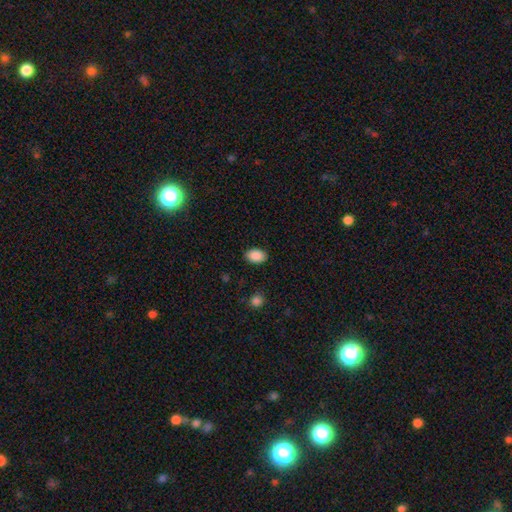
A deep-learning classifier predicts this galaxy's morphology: smooth-or-featured: smooth: 89% | star or artifact: 7% | featured or disk: 3%
  how-rounded: in between: 85% | round: 14% | cigar-shaped: 1%
  merging: none: 87% | minor disturbance: 9% | major disturbance: 2% | merger: 1%